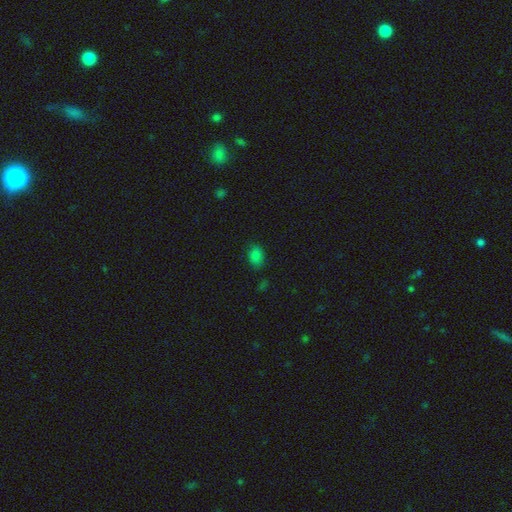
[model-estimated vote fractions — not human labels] This is clearly a smooth galaxy (82%). How rounded: likely in between (79%). Merging: likely none (79%).